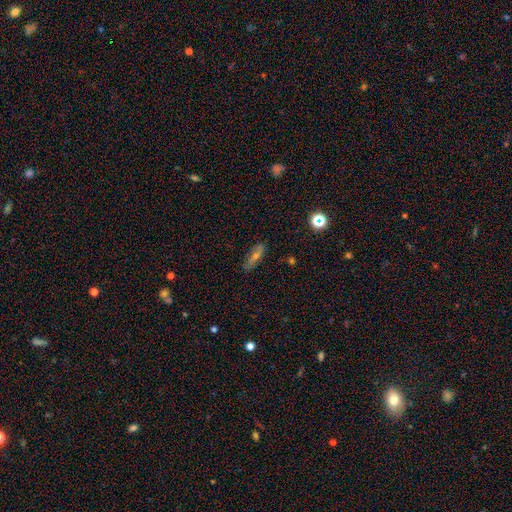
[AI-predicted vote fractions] Smooth or featured: featured or disk — 45% (smooth — 38%)
Merging: none — 83% (minor disturbance — 12%)